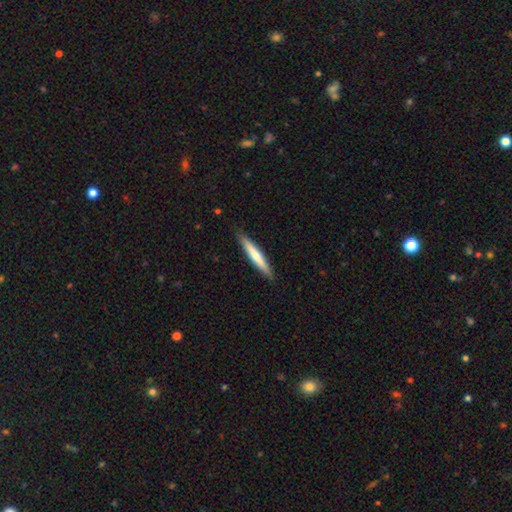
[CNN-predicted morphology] Smooth or featured? Predicted: smooth (p=0.56). How rounded? Predicted: cigar-shaped (p=0.93). Merging? Predicted: none (p=0.90).